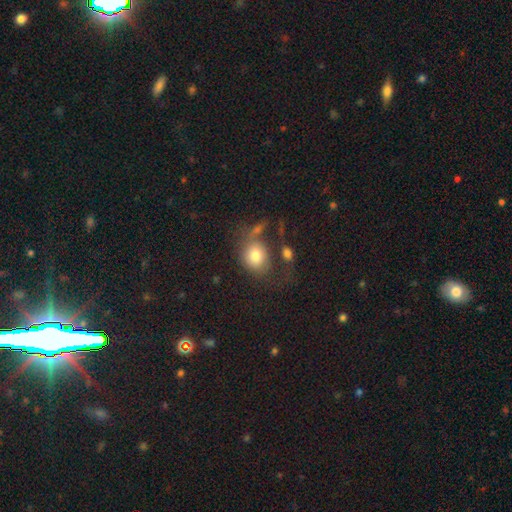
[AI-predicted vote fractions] Overall: smooth (77%). How rounded: round (62%; in between 37%). Merging: none (45%; major disturbance 19%).